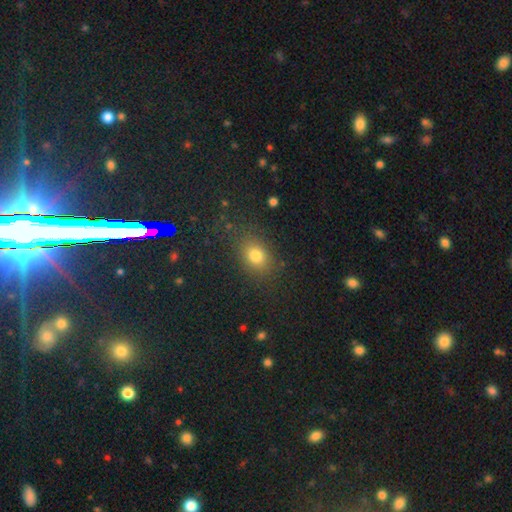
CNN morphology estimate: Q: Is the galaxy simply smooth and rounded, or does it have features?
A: smooth — 77%.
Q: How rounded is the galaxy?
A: in between — 65%.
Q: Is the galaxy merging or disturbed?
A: none — 80%.